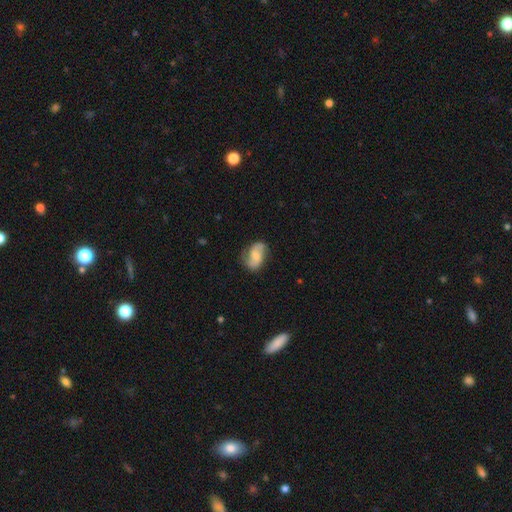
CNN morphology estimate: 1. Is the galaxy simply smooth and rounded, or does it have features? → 61% featured or disk, 32% smooth, 7% star or artifact.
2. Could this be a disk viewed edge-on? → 97% no, 3% yes.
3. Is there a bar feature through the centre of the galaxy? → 48% no, 41% weak, 11% strong.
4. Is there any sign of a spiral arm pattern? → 91% yes, 9% no.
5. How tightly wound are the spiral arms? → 50% loose, 37% medium, 14% tight.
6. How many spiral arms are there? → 87% 2, 6% can't tell, 3% 1, 1% 3, 1% 4, 1% more than 4.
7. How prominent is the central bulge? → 38% moderate, 37% small, 16% none, 7% large, 2% dominant.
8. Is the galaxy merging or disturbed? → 69% none, 22% minor disturbance, 7% major disturbance, 2% merger.